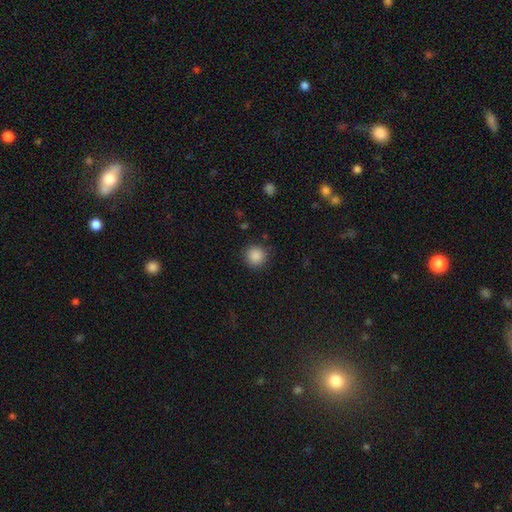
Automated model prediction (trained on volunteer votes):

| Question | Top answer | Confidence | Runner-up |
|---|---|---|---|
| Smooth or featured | smooth | 87% | star or artifact (10%) |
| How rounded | round | 94% | in between (5%) |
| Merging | none | 89% | minor disturbance (7%) |